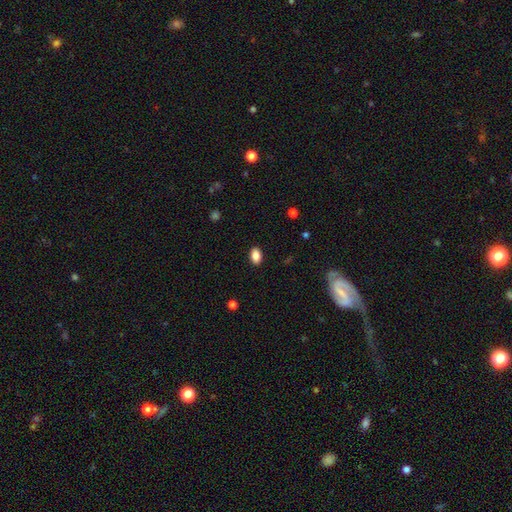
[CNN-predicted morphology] A smooth galaxy with no disk features (87%) that is in between round and cigar-shaped (88%). Merging: none (89%).